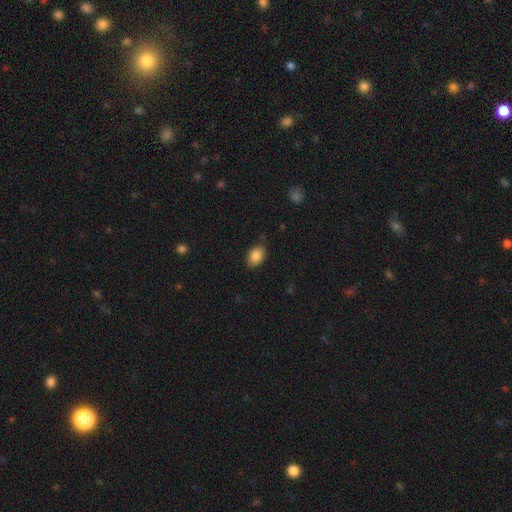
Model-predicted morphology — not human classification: Smooth or featured? smooth (87%)
How rounded? in between (81%)
Merging? none (81%)